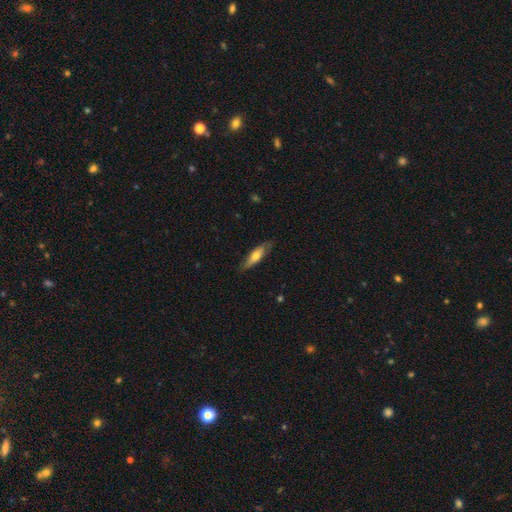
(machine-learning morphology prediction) Smooth or featured? Predicted: smooth (p=0.55). How rounded? Predicted: cigar-shaped (p=0.58). Merging? Predicted: none (p=0.77).